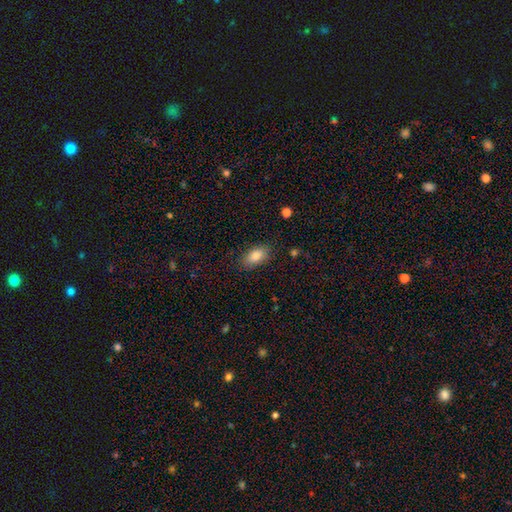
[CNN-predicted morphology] A smooth galaxy with no disk features (85%) that is in between round and cigar-shaped (91%).

Vote fractions:
- Smooth or featured? smooth: 85% / featured or disk: 8% / star or artifact: 7%
- How rounded? in between: 91% / round: 5% / cigar-shaped: 4%
- Merging? none: 85% / minor disturbance: 11% / major disturbance: 3% / merger: 1%